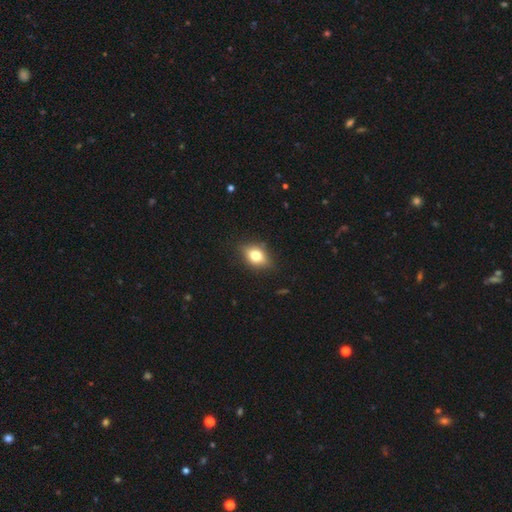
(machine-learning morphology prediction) smooth_or_featured: smooth (p=0.71) [alt: featured or disk p=0.20]
how_rounded: in between (p=0.72) [alt: round p=0.24]
merging: none (p=0.80) [alt: minor disturbance p=0.15]